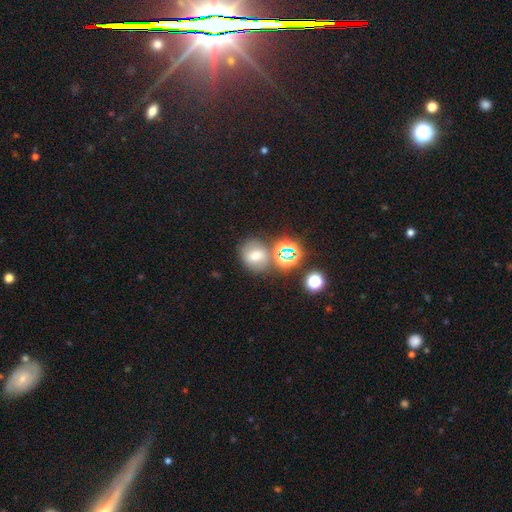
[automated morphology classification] smooth 58%, star or artifact 25%, featured or disk 16%. Down the decision tree: how rounded — round (67%); merging — none (64%).